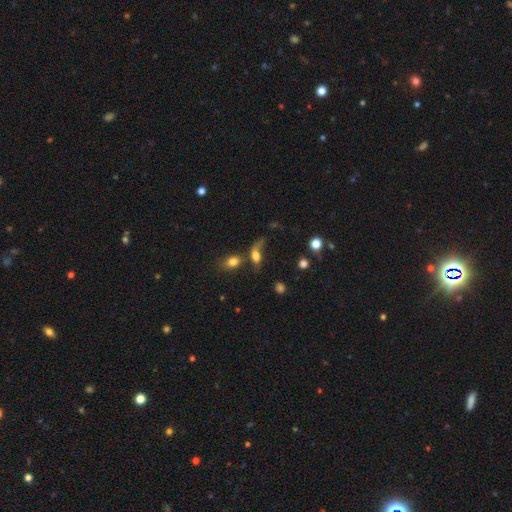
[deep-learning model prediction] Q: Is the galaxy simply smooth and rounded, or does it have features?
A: smooth — 60%.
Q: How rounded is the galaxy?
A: in between — 72%.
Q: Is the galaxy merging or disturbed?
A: merger — 29%.